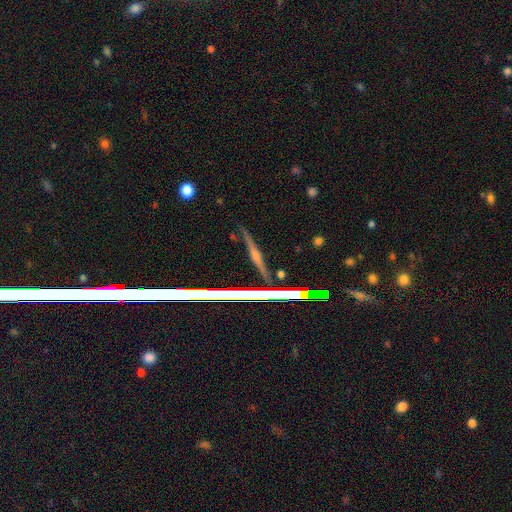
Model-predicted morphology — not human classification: Smooth or featured: featured or disk — 67% (star or artifact — 19%)
Edge-on disk: yes — 94% (no — 6%)
Edge-on bulge: rounded — 77% (none — 14%)
Merging: none — 87% (minor disturbance — 9%)